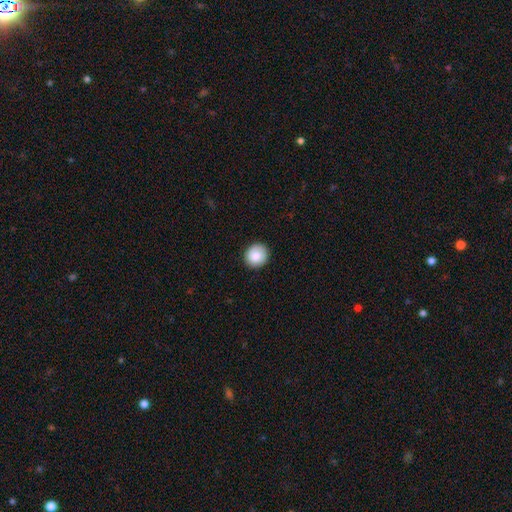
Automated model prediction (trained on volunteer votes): Smooth or featured?
  - smooth: 85% *
  - star or artifact: 8%
  - featured or disk: 7%
How rounded?
  - round: 90% *
  - in between: 9%
  - cigar-shaped: 1%
Merging?
  - none: 89% *
  - minor disturbance: 8%
  - major disturbance: 2%
  - merger: 1%